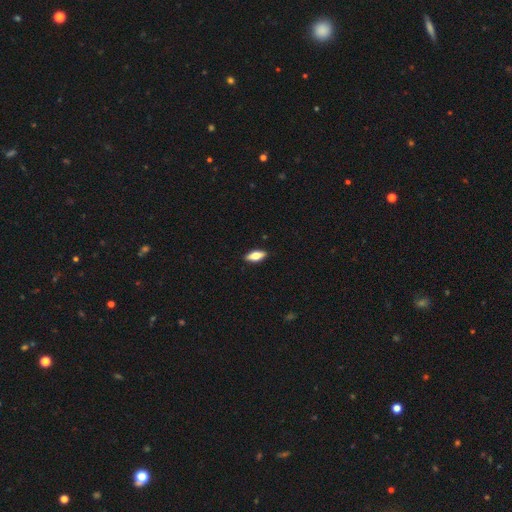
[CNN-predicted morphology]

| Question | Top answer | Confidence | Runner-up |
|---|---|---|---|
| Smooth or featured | smooth | 69% | featured or disk (25%) |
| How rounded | in between | 77% | cigar-shaped (20%) |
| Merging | none | 90% | minor disturbance (8%) |